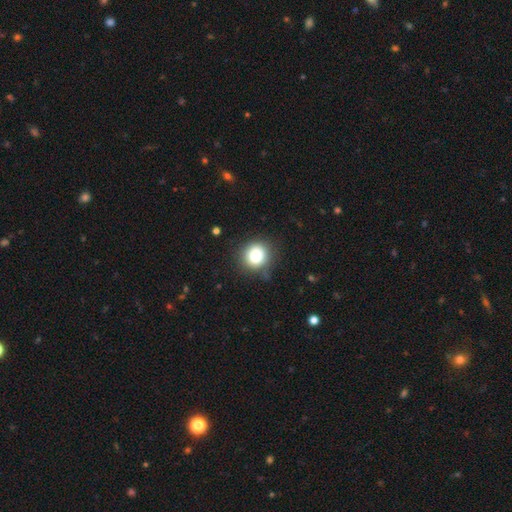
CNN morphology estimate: smooth_or_featured: smooth (p=0.82) [alt: star or artifact p=0.11]
how_rounded: round (p=0.88) [alt: in between p=0.11]
merging: none (p=0.80) [alt: minor disturbance p=0.14]